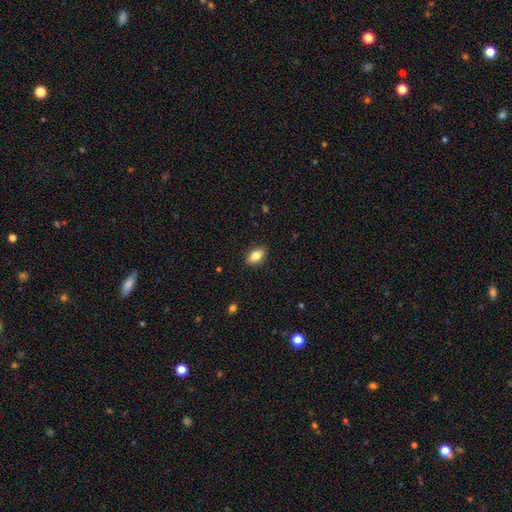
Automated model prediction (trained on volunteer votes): Smooth or featured?
  - smooth: 83% *
  - featured or disk: 9%
  - star or artifact: 8%
How rounded?
  - in between: 88% *
  - round: 9%
  - cigar-shaped: 3%
Merging?
  - none: 88% *
  - minor disturbance: 9%
  - major disturbance: 2%
  - merger: 1%